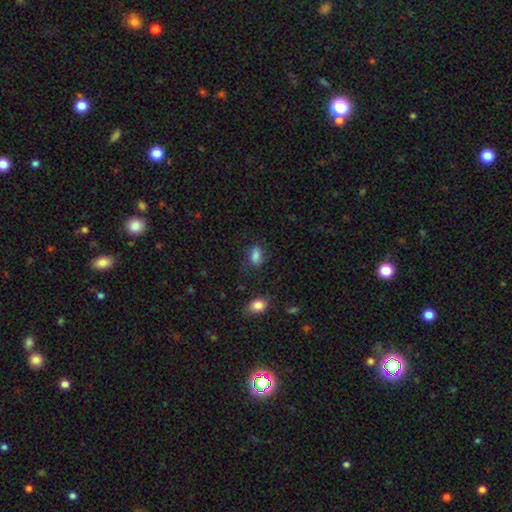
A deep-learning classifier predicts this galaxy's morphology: Overall: smooth (83%). How rounded: in between (86%). Merging: none (69%).